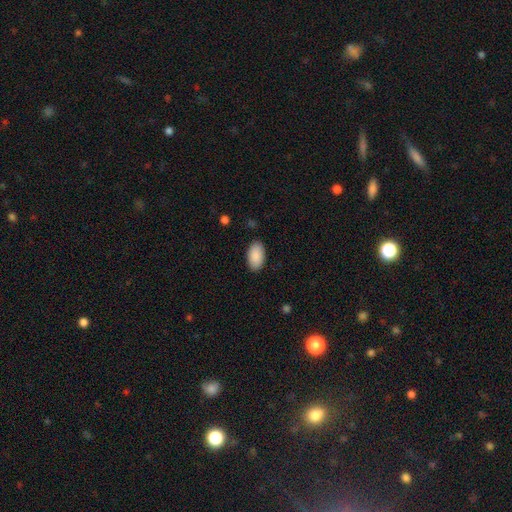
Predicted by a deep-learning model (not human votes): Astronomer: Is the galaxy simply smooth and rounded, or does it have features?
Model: smooth — 90%.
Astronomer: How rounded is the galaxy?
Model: in between — 95%.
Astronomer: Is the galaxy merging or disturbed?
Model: none — 88%.